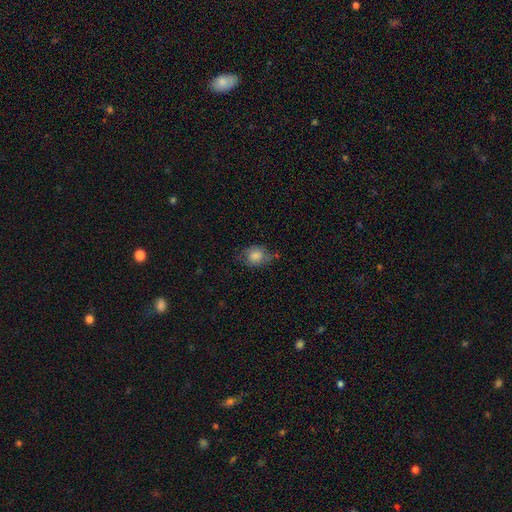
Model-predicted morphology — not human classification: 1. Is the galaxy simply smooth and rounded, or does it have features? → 79% smooth, 13% featured or disk, 9% star or artifact.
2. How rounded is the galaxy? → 54% round, 45% in between, 1% cigar-shaped.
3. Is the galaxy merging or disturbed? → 57% none, 30% minor disturbance, 10% major disturbance, 3% merger.